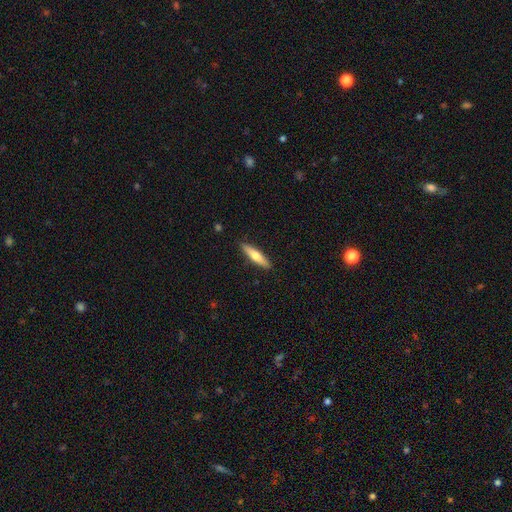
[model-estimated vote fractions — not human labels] Q: Smooth or featured?
A: smooth (58%); runner-up: featured or disk (37%)
Q: How rounded?
A: cigar-shaped (77%); runner-up: in between (22%)
Q: Merging?
A: none (90%); runner-up: minor disturbance (8%)